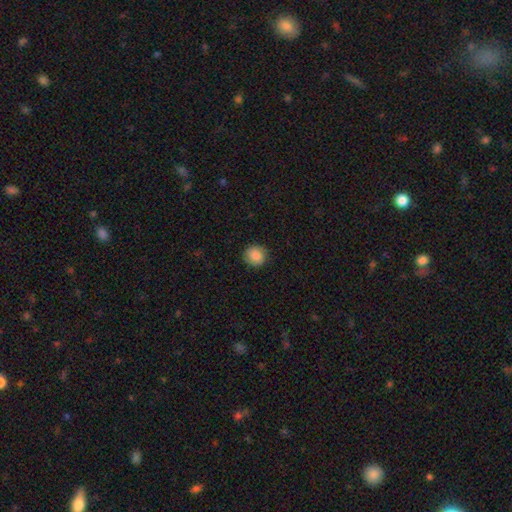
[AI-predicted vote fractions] smooth 87%, star or artifact 9%, featured or disk 4%. Down the decision tree: how rounded — round (89%); merging — none (90%).